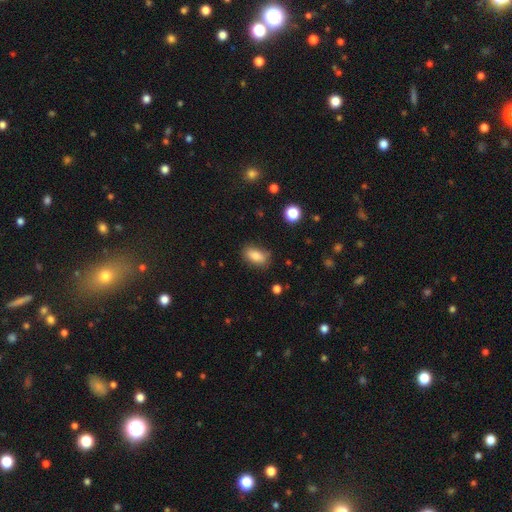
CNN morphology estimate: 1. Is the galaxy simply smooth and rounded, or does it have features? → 83% smooth, 9% featured or disk, 9% star or artifact.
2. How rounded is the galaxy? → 89% in between, 6% round, 6% cigar-shaped.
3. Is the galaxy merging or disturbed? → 78% none, 16% minor disturbance, 4% major disturbance, 2% merger.